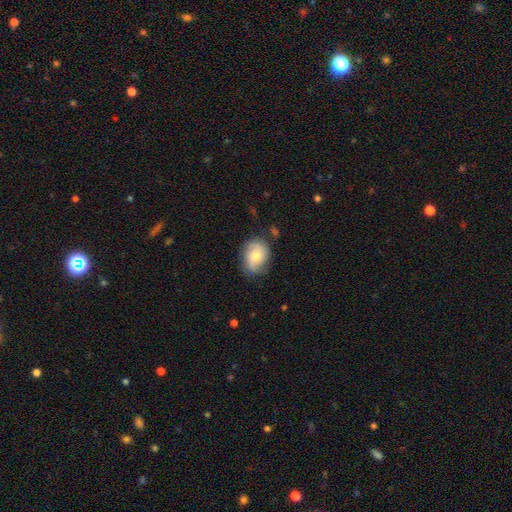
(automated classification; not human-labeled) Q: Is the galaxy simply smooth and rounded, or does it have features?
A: smooth — 54%.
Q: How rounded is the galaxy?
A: in between — 53%.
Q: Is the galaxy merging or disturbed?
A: none — 67%.